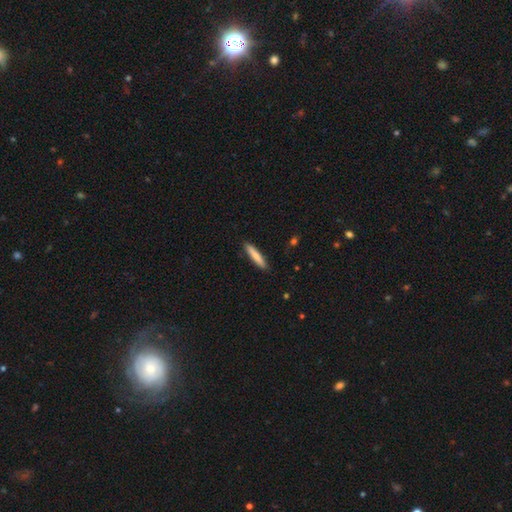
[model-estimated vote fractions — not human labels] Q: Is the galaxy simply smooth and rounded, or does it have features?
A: smooth — 77%.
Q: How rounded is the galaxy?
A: cigar-shaped — 90%.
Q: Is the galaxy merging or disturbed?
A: none — 90%.